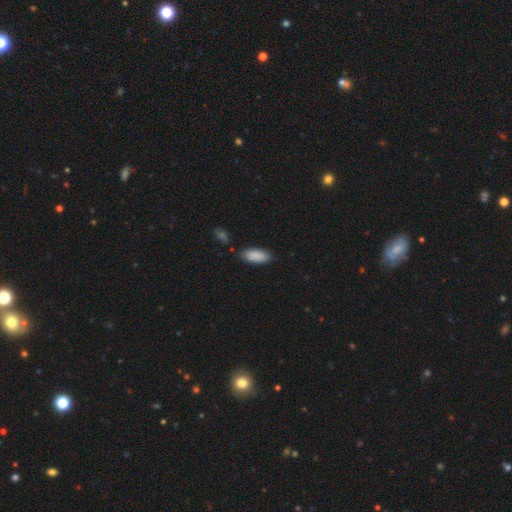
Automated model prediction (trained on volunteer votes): Morphology: type=smooth (89%); roundness=in between (84%); merging=none (81%).